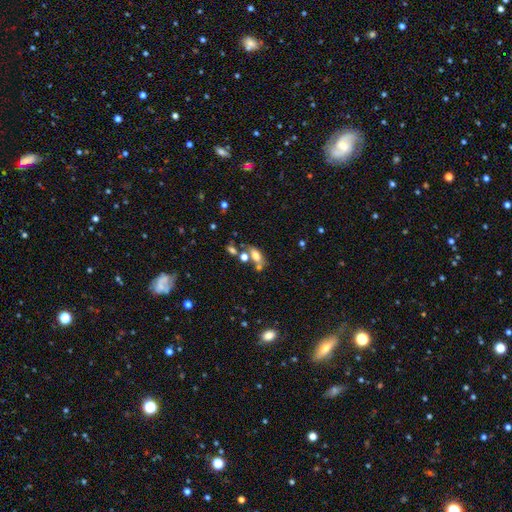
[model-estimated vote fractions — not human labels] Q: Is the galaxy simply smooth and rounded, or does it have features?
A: smooth — 62%.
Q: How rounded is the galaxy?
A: in between — 79%.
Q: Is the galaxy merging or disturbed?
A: none — 47%.